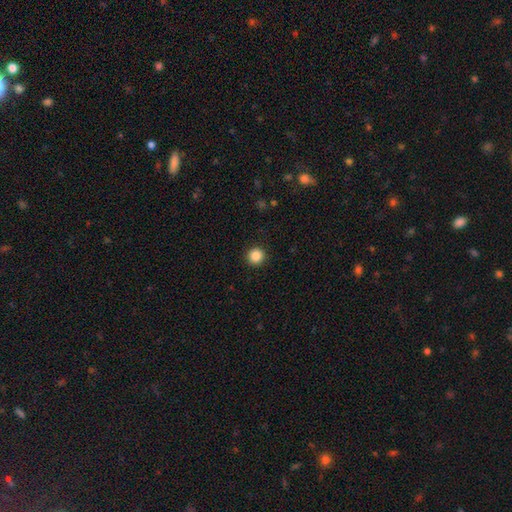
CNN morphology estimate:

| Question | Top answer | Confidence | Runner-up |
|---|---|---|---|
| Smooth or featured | smooth | 87% | star or artifact (10%) |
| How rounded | round | 95% | in between (4%) |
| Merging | none | 93% | minor disturbance (4%) |